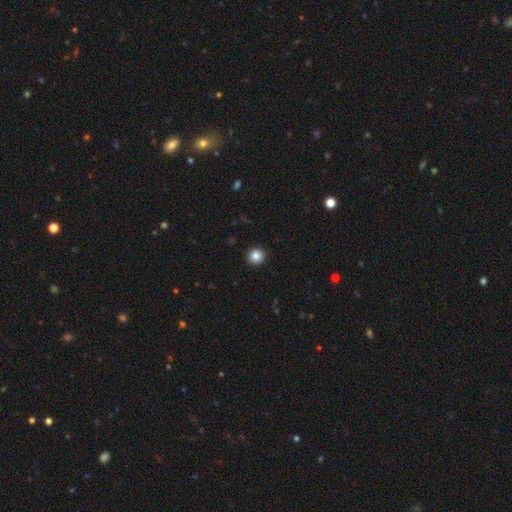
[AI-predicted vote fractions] This is clearly a smooth galaxy (85%). How rounded: clearly round (94%). Merging: clearly none (93%).